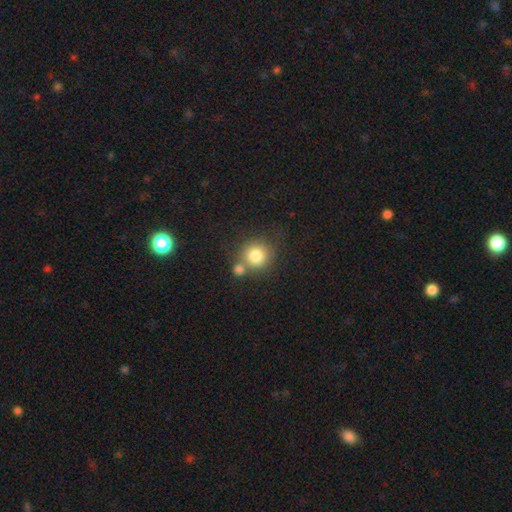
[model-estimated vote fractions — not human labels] smooth_or_featured: smooth (p=0.81) [alt: star or artifact p=0.10]
how_rounded: round (p=0.91) [alt: in between p=0.08]
merging: none (p=0.57) [alt: merger p=0.29]